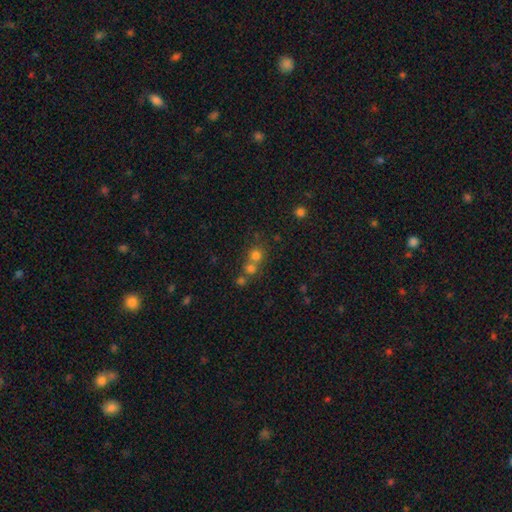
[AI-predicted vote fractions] This is likely a smooth galaxy (72%). How rounded: clearly round (89%). Merging: possibly none (48%).